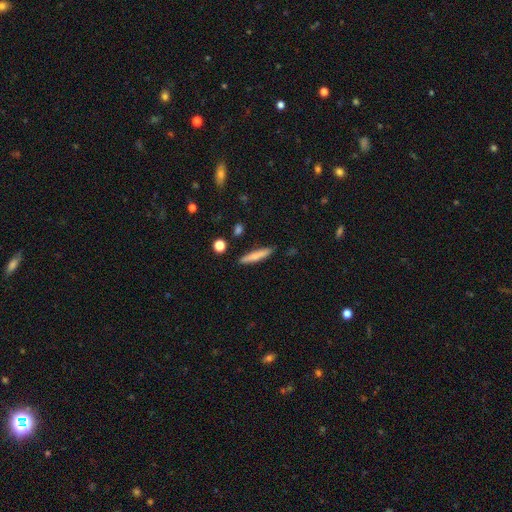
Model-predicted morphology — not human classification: Overall: smooth (72%). How rounded: cigar-shaped (89%). Merging: none (87%).